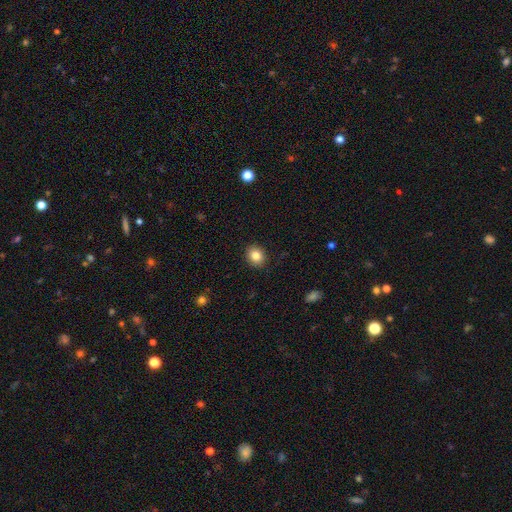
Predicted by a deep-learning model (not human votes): This appears to be a smooth galaxy with no disk features (84%) that is round (67%). Merging: none (90%).